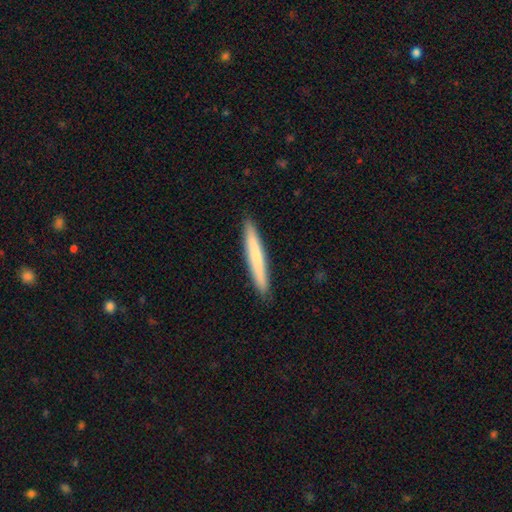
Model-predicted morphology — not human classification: This is likely a smooth galaxy (68%). How rounded: clearly cigar-shaped (96%). Merging: clearly none (92%).